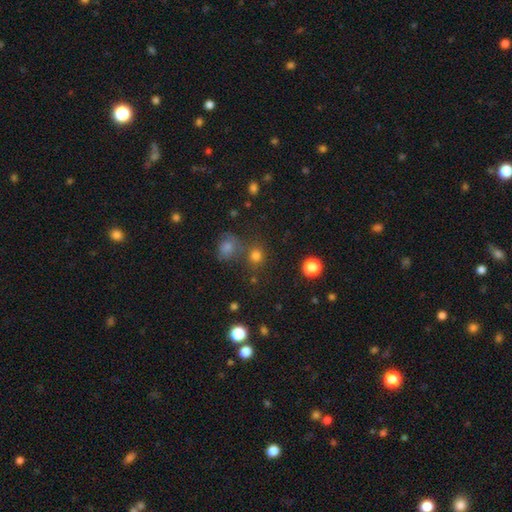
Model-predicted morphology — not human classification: Overall: smooth (76%). How rounded: round (86%). Merging: none (66%).